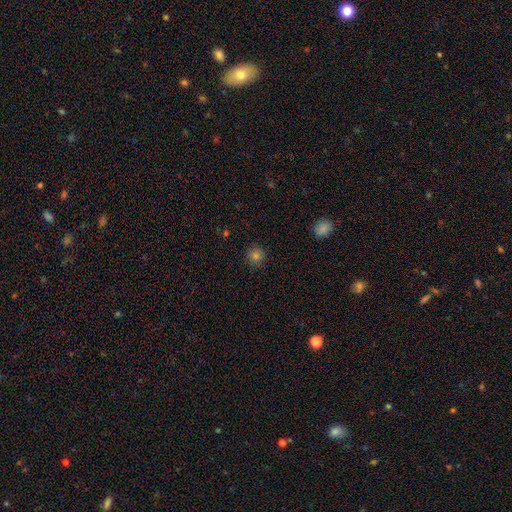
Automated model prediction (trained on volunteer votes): A smooth galaxy with no disk features (80%) that is round (92%). Merging: none (89%).